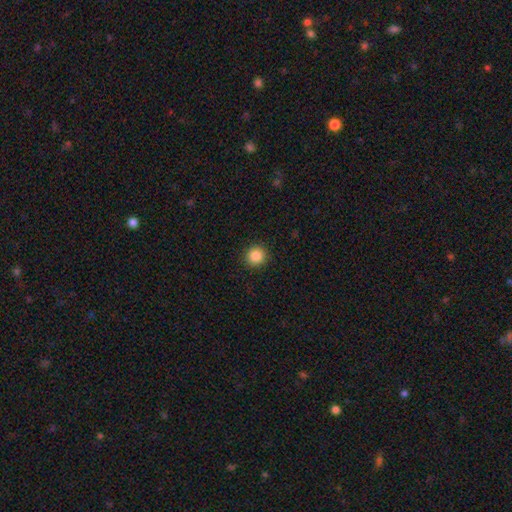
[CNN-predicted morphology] Smooth or featured?
  - smooth: 87% *
  - star or artifact: 10%
  - featured or disk: 3%
How rounded?
  - round: 93% *
  - in between: 6%
  - cigar-shaped: 1%
Merging?
  - none: 92% *
  - minor disturbance: 5%
  - major disturbance: 2%
  - merger: 1%